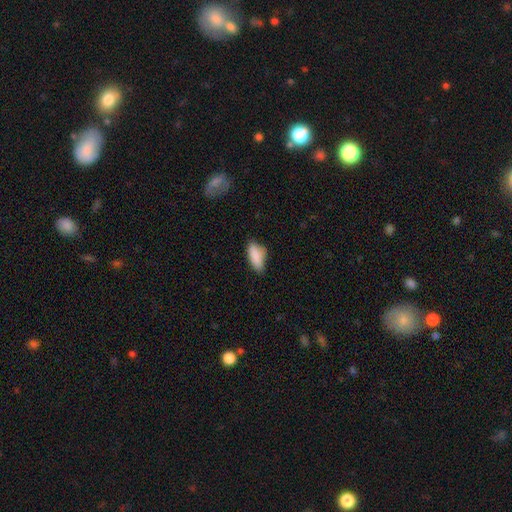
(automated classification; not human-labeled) Smooth or featured? smooth (87%)
How rounded? in between (84%)
Merging? none (66%)